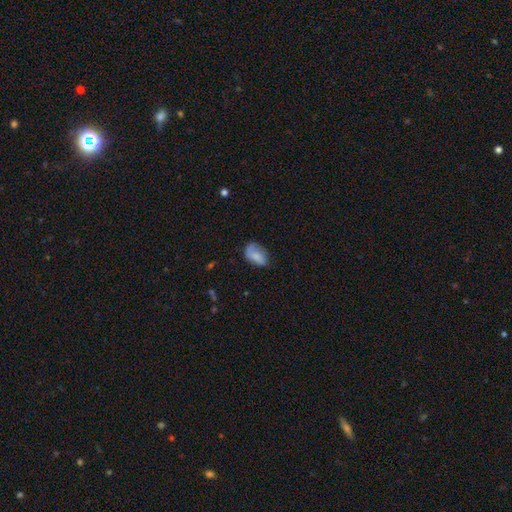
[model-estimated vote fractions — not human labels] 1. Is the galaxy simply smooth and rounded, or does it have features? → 75% smooth, 17% featured or disk, 8% star or artifact.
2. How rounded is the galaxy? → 90% in between, 8% round, 2% cigar-shaped.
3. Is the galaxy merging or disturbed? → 53% none, 33% minor disturbance, 12% major disturbance, 2% merger.